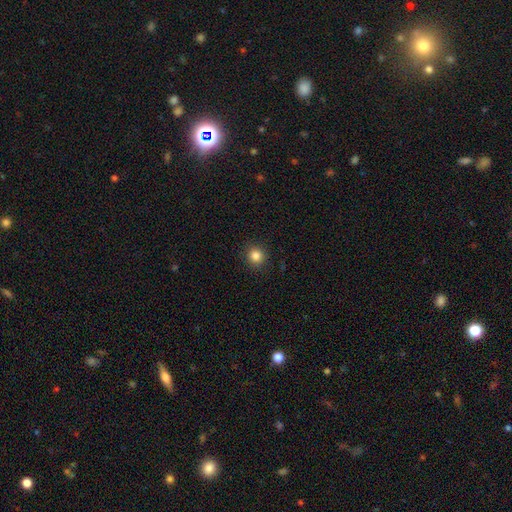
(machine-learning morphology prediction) Smooth or featured? smooth (84%)
How rounded? round (91%)
Merging? none (92%)